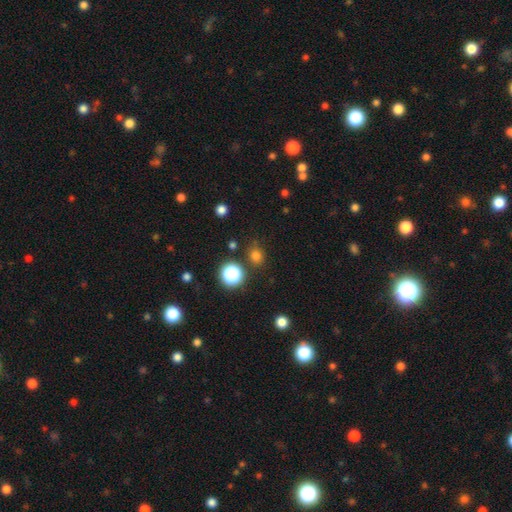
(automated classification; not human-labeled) Overall: smooth (74%). How rounded: round (78%). Merging: none (79%).